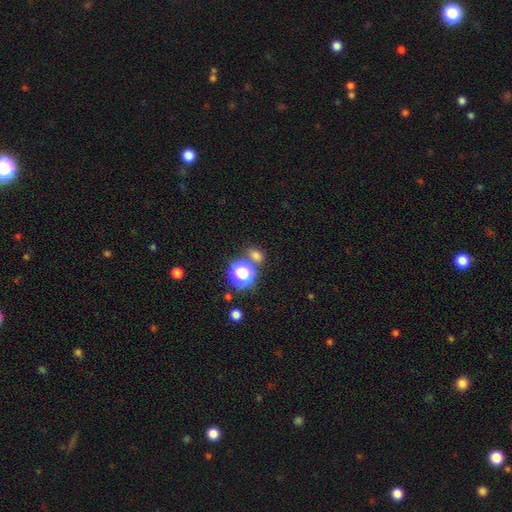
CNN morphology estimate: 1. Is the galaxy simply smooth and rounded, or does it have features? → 69% smooth, 24% star or artifact, 7% featured or disk.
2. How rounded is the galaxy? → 55% round, 43% in between, 1% cigar-shaped.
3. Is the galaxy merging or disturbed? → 67% none, 18% merger, 11% minor disturbance, 4% major disturbance.